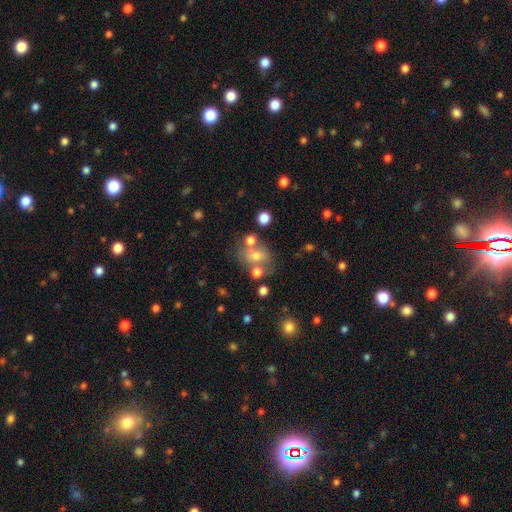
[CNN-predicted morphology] Smooth or featured? smooth (58%)
How rounded? round (52%)
Merging? none (49%)